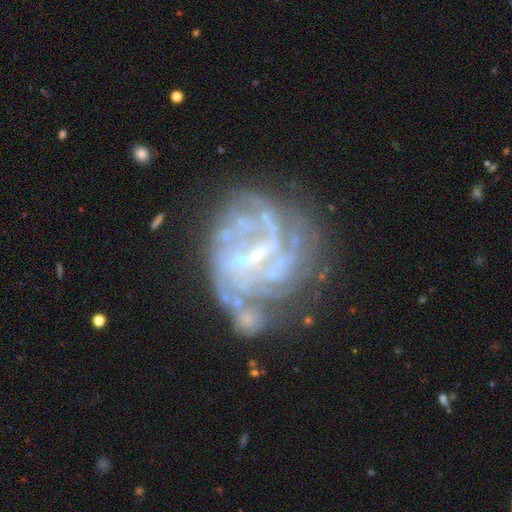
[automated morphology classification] This is clearly a featured or disk galaxy (84%). It is clearly not viewed edge-on (98%). Bar: possibly weak (49%). Spiral arm pattern: clearly yes (87%). Spiral arm count: marginally can't tell (36%). Spiral winding: possibly tight (50%). Central bulge: likely small (61%). Merging: possibly none (51%).